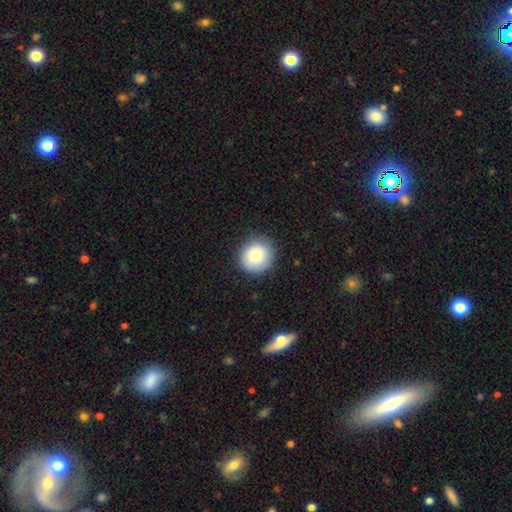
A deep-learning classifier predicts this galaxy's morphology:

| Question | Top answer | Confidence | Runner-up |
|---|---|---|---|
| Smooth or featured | smooth | 82% | featured or disk (9%) |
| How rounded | round | 90% | in between (9%) |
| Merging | none | 88% | minor disturbance (9%) |